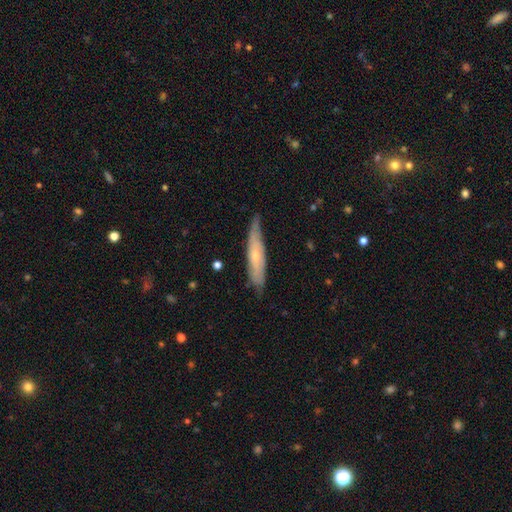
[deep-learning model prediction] smooth-or-featured: featured or disk: 52% | smooth: 42% | star or artifact: 6%
  disk-edge-on: yes: 60% | no: 40%
  merging: none: 69% | minor disturbance: 25% | major disturbance: 4% | merger: 1%